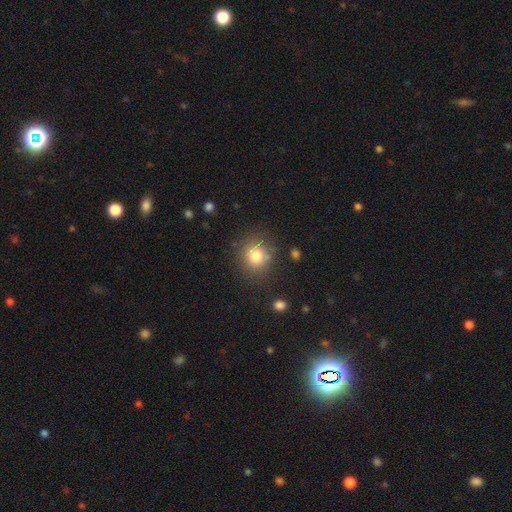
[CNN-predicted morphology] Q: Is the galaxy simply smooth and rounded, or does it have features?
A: smooth — 80%.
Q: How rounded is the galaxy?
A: round — 84%.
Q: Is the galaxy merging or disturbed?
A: none — 78%.